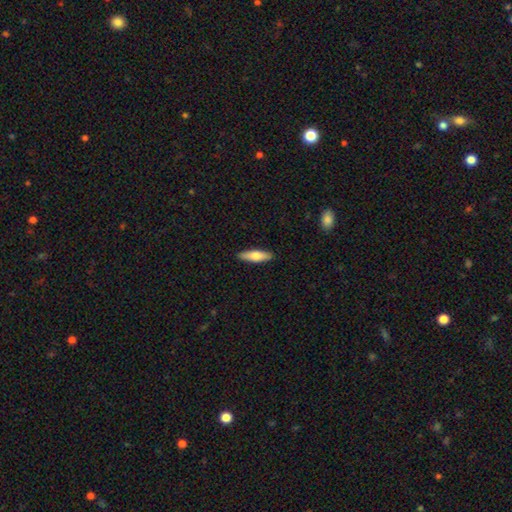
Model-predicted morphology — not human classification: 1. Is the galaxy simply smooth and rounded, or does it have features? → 69% smooth, 26% featured or disk, 5% star or artifact.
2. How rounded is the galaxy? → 58% cigar-shaped, 40% in between, 2% round.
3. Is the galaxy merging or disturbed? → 90% none, 7% minor disturbance, 2% major disturbance, 1% merger.